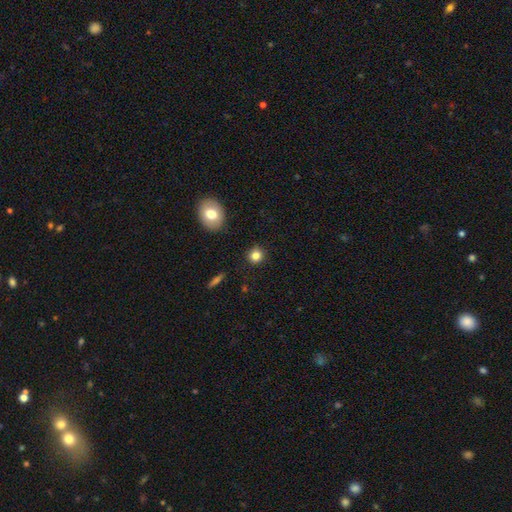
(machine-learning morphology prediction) The model was most divided on "smooth or featured": smooth: 81%, star or artifact: 12%, featured or disk: 7%. More confident: merging — none (89%); how rounded — round (88%).